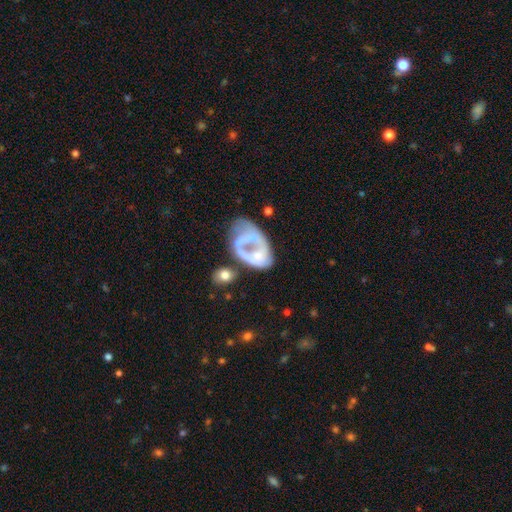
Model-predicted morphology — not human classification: The model was most divided on "bulge size": none: 50%, small: 26%, moderate: 19%, large: 3%, dominant: 2%. Remaining: edge-on disk — no (97%); bar — no (75%); spiral arms — no (73%); smooth or featured — featured or disk (58%); merging — major disturbance (46%).